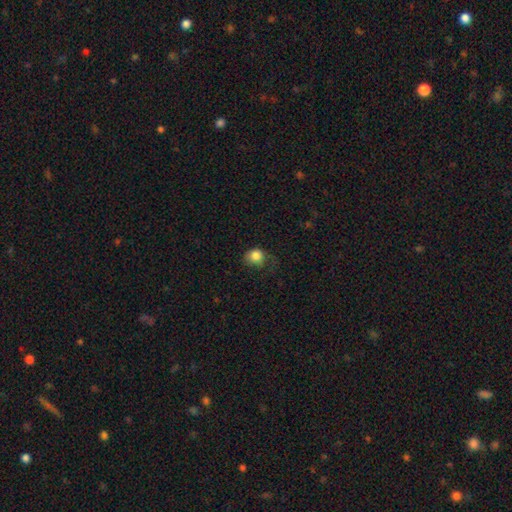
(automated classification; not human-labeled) Smooth or featured? Predicted: smooth (p=0.83). How rounded? Predicted: round (p=0.70). Merging? Predicted: none (p=0.43).